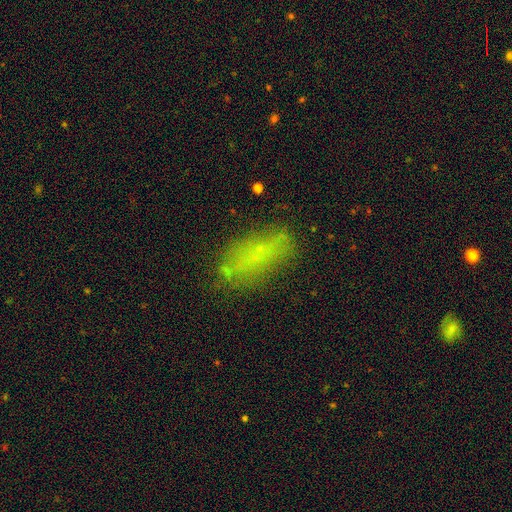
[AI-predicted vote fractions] This appears to be a smooth galaxy with no disk features (61%) that is in between round and cigar-shaped (73%). Merging: none (72%).